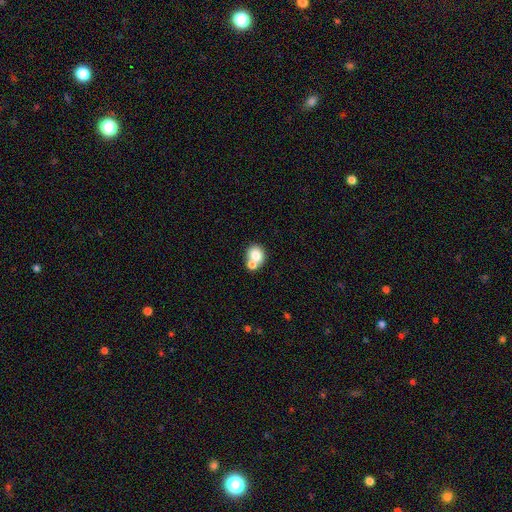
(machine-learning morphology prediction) smooth_or_featured: smooth (p=0.77) [alt: featured or disk p=0.14]
how_rounded: round (p=0.64) [alt: in between p=0.35]
merging: merger (p=0.45) [alt: none p=0.43]